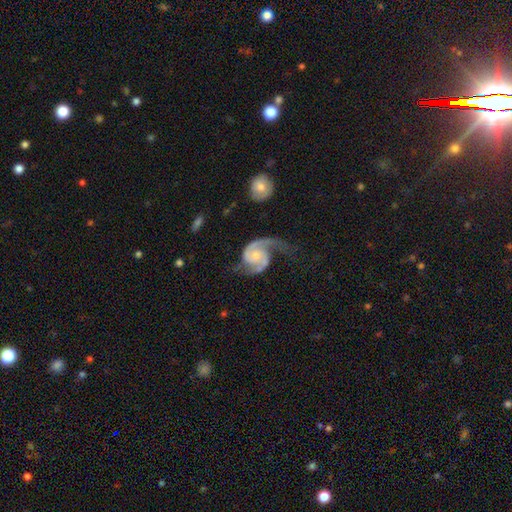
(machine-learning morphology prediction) Smooth or featured? Predicted: featured or disk (p=0.92). Edge-on disk? Predicted: no (p=0.98). Bar? Predicted: no (p=0.64). Spiral arms? Predicted: yes (p=0.98). Spiral winding? Predicted: medium (p=0.54). Spiral arm count? Predicted: 2 (p=0.92). Bulge size? Predicted: small (p=0.46). Merging? Predicted: none (p=0.57).